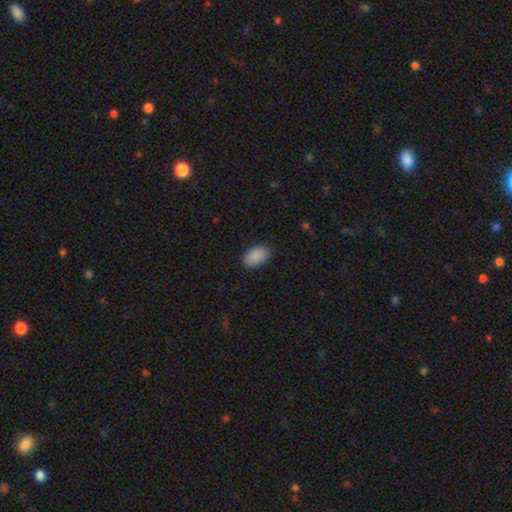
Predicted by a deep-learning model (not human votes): Smooth or featured?
  - smooth: 90% *
  - star or artifact: 7%
  - featured or disk: 3%
How rounded?
  - in between: 94% *
  - round: 4%
  - cigar-shaped: 1%
Merging?
  - none: 86% *
  - minor disturbance: 11%
  - major disturbance: 2%
  - merger: 1%